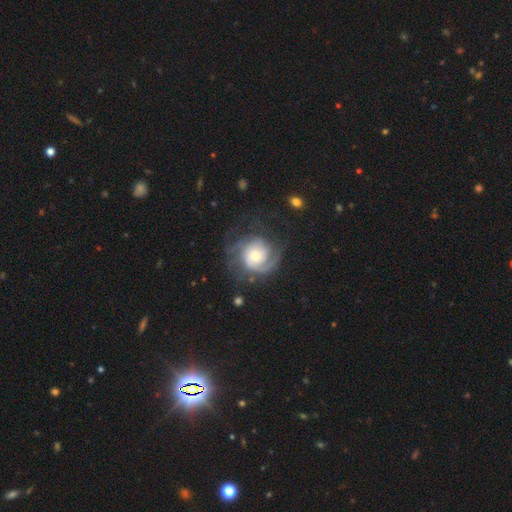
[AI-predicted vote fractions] This is likely a featured or disk galaxy (79%). It is clearly not viewed edge-on (98%). Bar: likely no (73%). Spiral arm pattern: clearly yes (94%). Spiral arm count: marginally 2 (34%). Spiral winding: possibly tight (54%). Central bulge: possibly moderate (50%). Merging: likely none (65%).